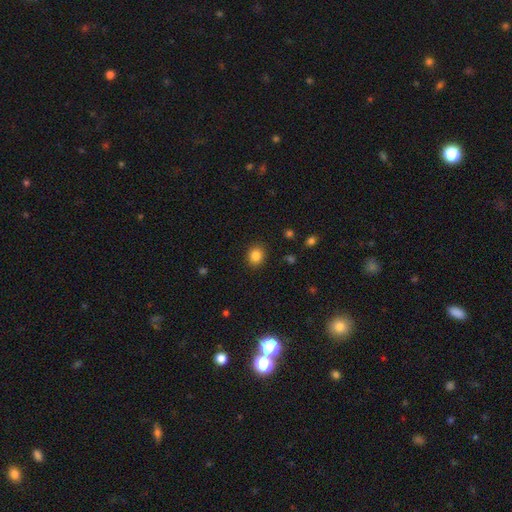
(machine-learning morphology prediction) type=smooth (85%); roundness=round (73%); merging=none (90%).